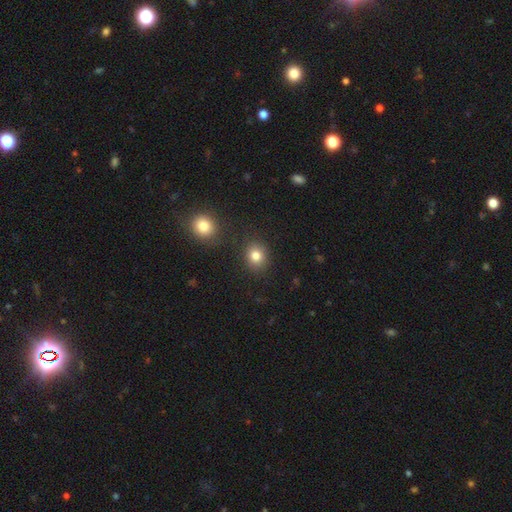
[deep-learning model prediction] A smooth galaxy with no disk features (82%) that is round (73%). Merging: none (84%).